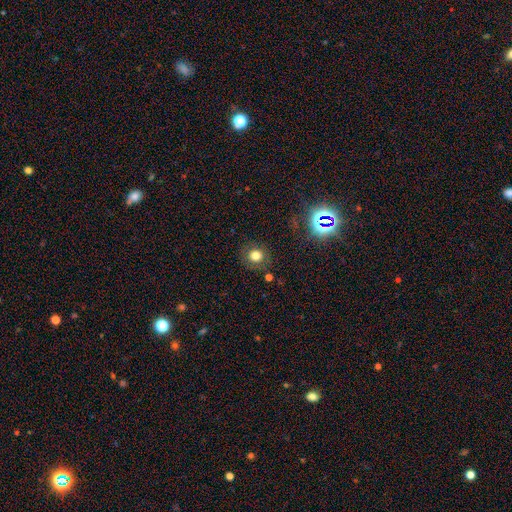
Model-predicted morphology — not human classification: Q: Smooth or featured?
A: smooth (74%); runner-up: star or artifact (16%)
Q: How rounded?
A: round (84%); runner-up: in between (15%)
Q: Merging?
A: none (83%); runner-up: minor disturbance (10%)